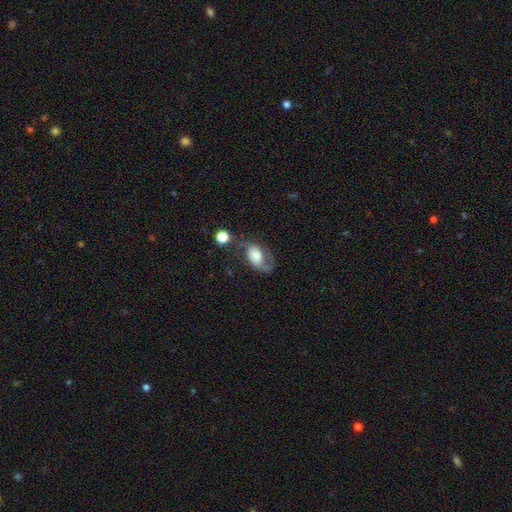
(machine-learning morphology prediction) Smooth or featured? Predicted: featured or disk (p=0.47). Merging? Predicted: none (p=0.37).